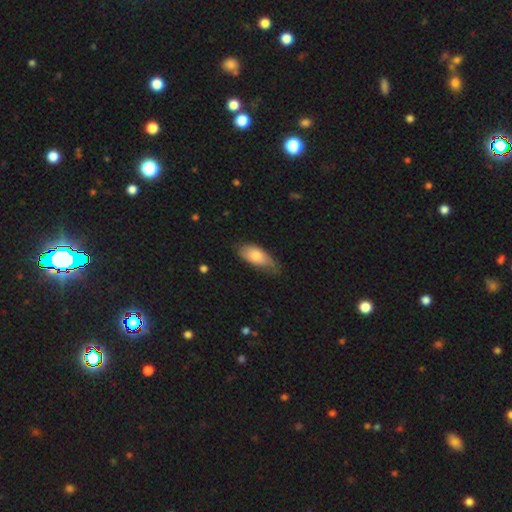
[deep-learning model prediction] smooth 74%, featured or disk 21%, star or artifact 6%. Down the decision tree: how rounded — in between (86%); merging — none (49%).